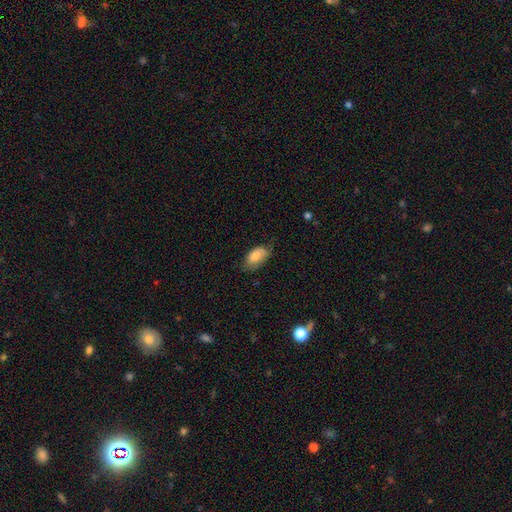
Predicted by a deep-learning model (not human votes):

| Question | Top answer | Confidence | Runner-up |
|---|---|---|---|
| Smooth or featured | smooth | 81% | featured or disk (12%) |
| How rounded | in between | 93% | round (4%) |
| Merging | none | 63% | minor disturbance (29%) |